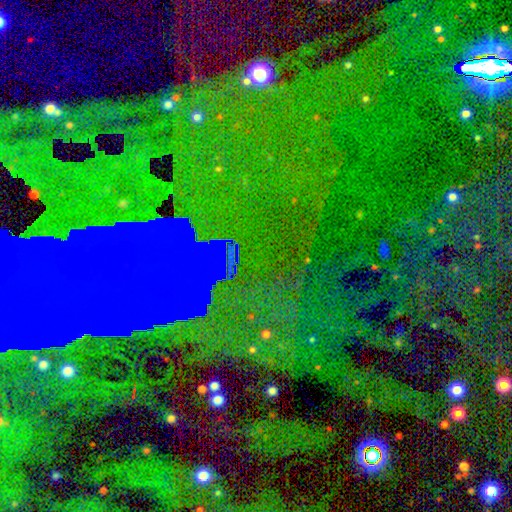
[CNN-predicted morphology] star or artifact 67%, featured or disk 20%, smooth 13%.